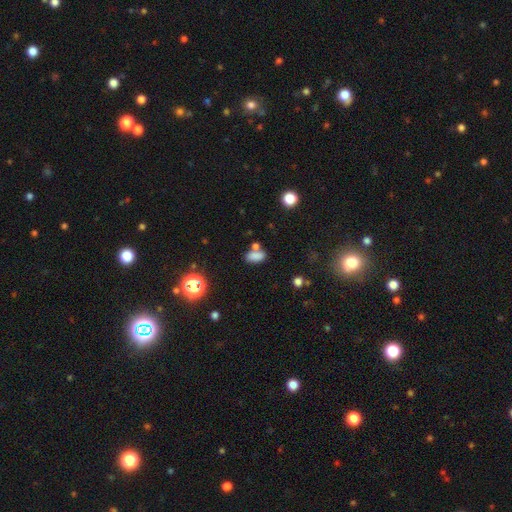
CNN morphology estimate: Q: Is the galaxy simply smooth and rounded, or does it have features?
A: smooth — 80%.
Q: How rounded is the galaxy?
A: in between — 87%.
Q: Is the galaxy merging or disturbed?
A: none — 58%.